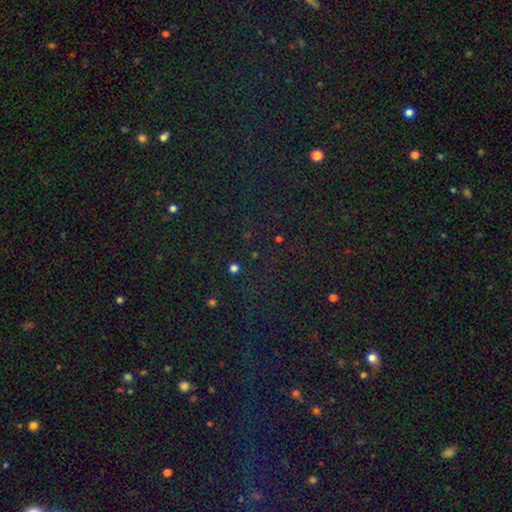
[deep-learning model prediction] Smooth or featured?
  - star or artifact: 80% *
  - smooth: 13%
  - featured or disk: 7%